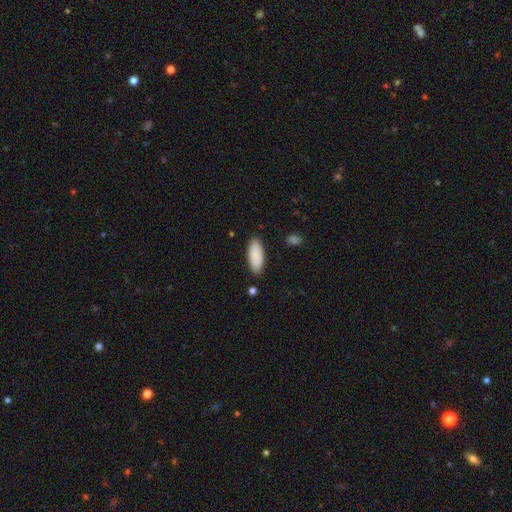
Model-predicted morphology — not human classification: Smooth or featured? smooth (90%)
How rounded? in between (80%)
Merging? none (86%)